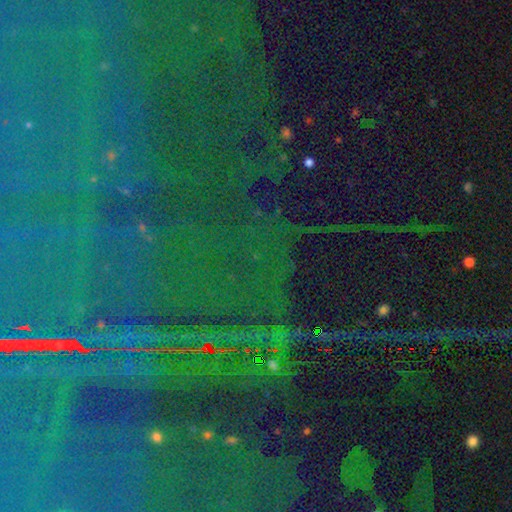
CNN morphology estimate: A star or artifact, not a galaxy (88%).

Vote fractions:
- Smooth or featured? star or artifact: 88% / featured or disk: 6% / smooth: 6%